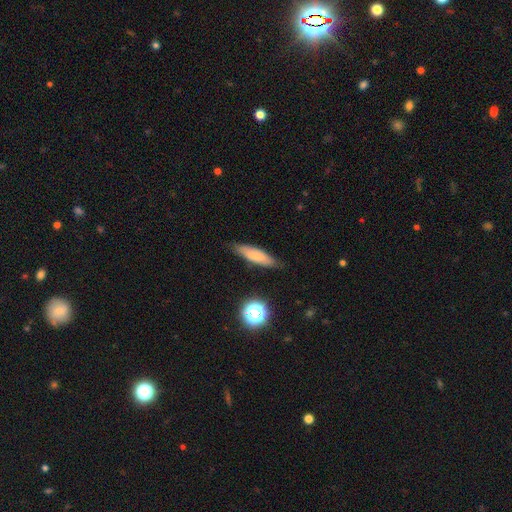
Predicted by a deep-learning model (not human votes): This is likely a smooth galaxy (76%). How rounded: likely cigar-shaped (68%). Merging: clearly none (83%).